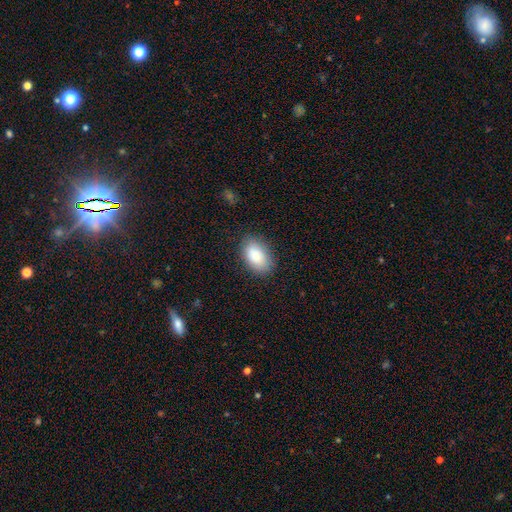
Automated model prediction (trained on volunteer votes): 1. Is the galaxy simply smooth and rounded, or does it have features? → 86% smooth, 7% featured or disk, 7% star or artifact.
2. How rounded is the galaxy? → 91% in between, 7% round, 1% cigar-shaped.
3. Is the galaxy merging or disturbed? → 84% none, 11% minor disturbance, 3% major disturbance, 1% merger.